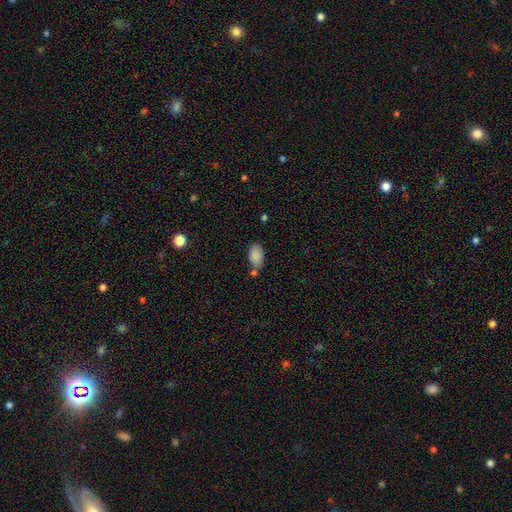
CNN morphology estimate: The model was most divided on "merging": none: 63%, minor disturbance: 18%, merger: 15%, major disturbance: 4%. More confident: how rounded — in between (92%); smooth or featured — smooth (87%).